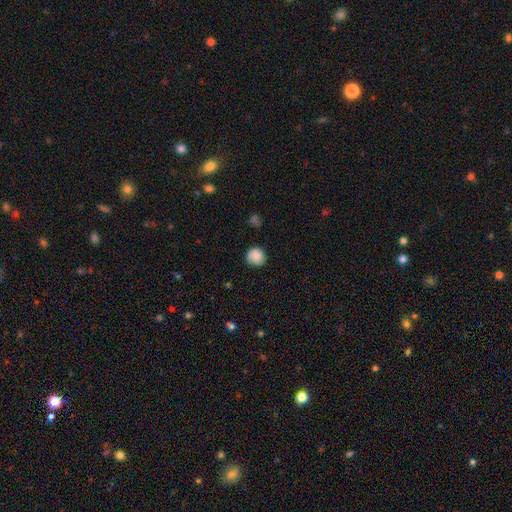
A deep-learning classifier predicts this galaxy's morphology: A smooth galaxy with no disk features (81%) that is round (90%).

Vote fractions:
- Smooth or featured? smooth: 81% / featured or disk: 10% / star or artifact: 8%
- How rounded? round: 90% / in between: 9% / cigar-shaped: 1%
- Merging? none: 78% / minor disturbance: 17% / major disturbance: 4% / merger: 1%